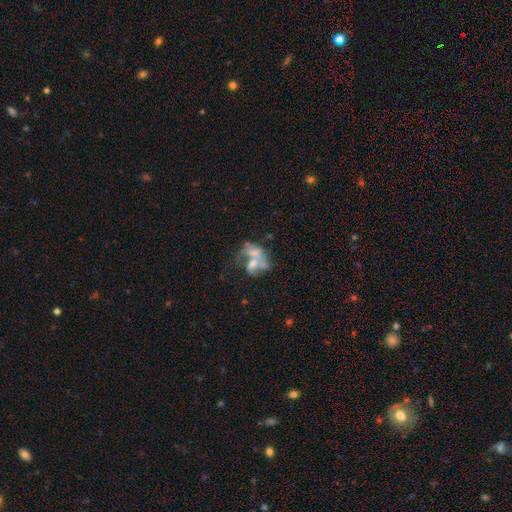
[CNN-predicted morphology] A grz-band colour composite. It shows a featured or disk galaxy (55%) with no bar (81%), no spiral arms (74%) and a moderate central bulge (39%). Merging: merger (53%).